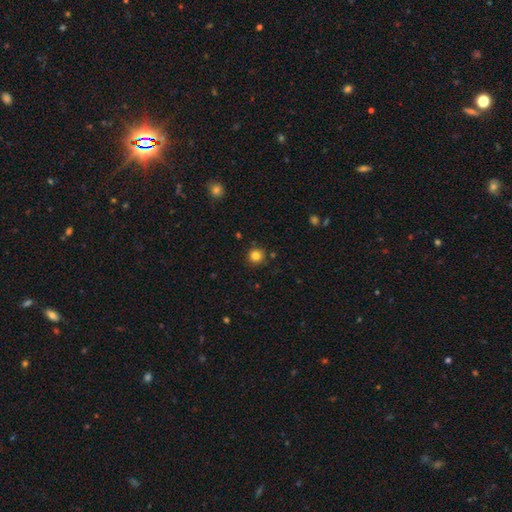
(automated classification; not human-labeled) A smooth galaxy with no disk features (83%) that is round (92%).

Vote fractions:
- Smooth or featured? smooth: 83% / star or artifact: 12% / featured or disk: 5%
- How rounded? round: 92% / in between: 7% / cigar-shaped: 1%
- Merging? none: 87% / minor disturbance: 8% / merger: 2% / major disturbance: 2%